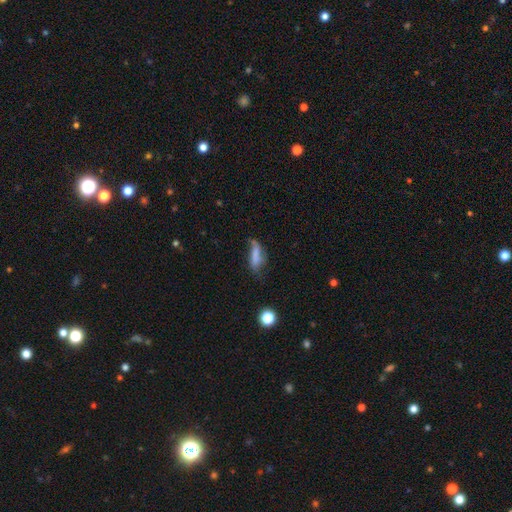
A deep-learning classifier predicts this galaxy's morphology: Smooth or featured? smooth (66%)
How rounded? in between (52%)
Merging? none (35%)